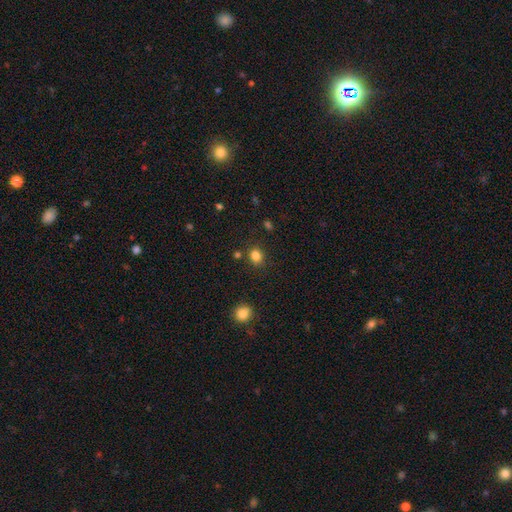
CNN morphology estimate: smooth_or_featured: smooth (p=0.83) [alt: star or artifact p=0.13]
how_rounded: round (p=0.72) [alt: in between p=0.27]
merging: none (p=0.83) [alt: minor disturbance p=0.10]